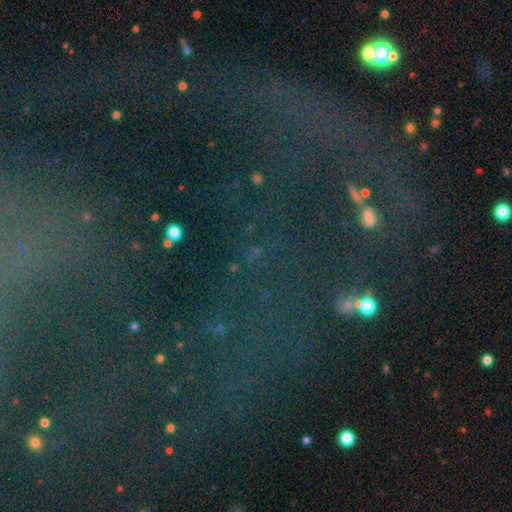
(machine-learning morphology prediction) smooth-or-featured: star or artifact: 69% | smooth: 19% | featured or disk: 11%